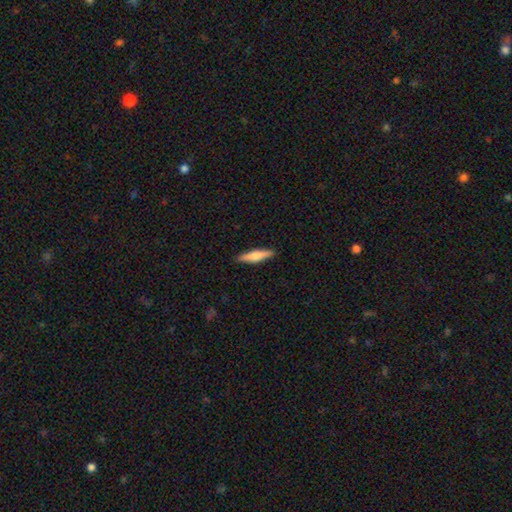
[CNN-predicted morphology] A smooth galaxy with no disk features (60%) that is cigar-shaped (80%).

Vote fractions:
- Smooth or featured? smooth: 60% / featured or disk: 34% / star or artifact: 5%
- How rounded? cigar-shaped: 80% / in between: 18% / round: 2%
- Merging? none: 91% / minor disturbance: 7% / major disturbance: 1% / merger: 1%